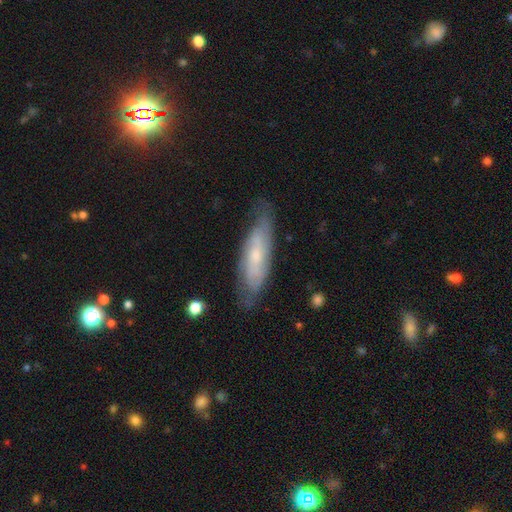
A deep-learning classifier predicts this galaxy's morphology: Q: Smooth or featured?
A: featured or disk (60%); runner-up: smooth (33%)
Q: Edge-on disk?
A: no (72%); runner-up: yes (28%)
Q: Merging?
A: none (72%); runner-up: minor disturbance (21%)